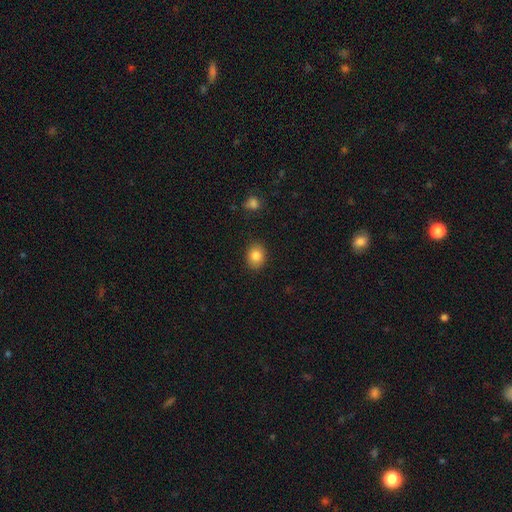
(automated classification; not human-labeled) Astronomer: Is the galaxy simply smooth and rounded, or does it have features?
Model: smooth — 84%.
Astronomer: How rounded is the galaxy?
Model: round — 51% (runner-up: in between, 48%).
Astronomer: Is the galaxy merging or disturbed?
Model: none — 88%.